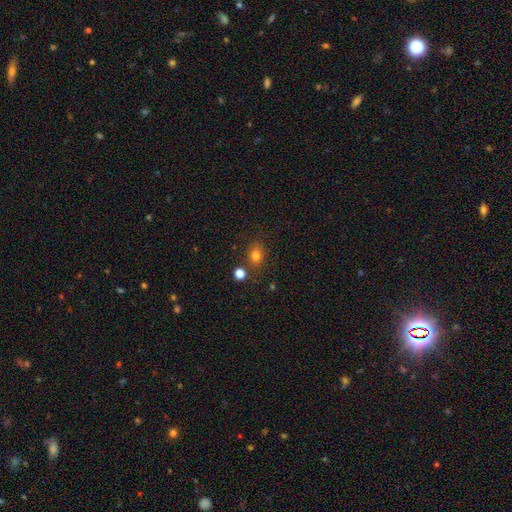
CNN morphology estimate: smooth 78%, star or artifact 15%, featured or disk 7%. Down the decision tree: how rounded — round (58%); merging — none (75%).